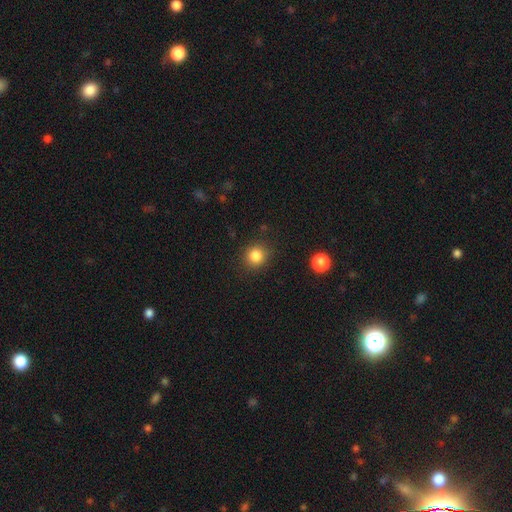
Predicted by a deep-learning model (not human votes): Smooth or featured? Predicted: smooth (p=0.84). How rounded? Predicted: round (p=0.87). Merging? Predicted: none (p=0.87).